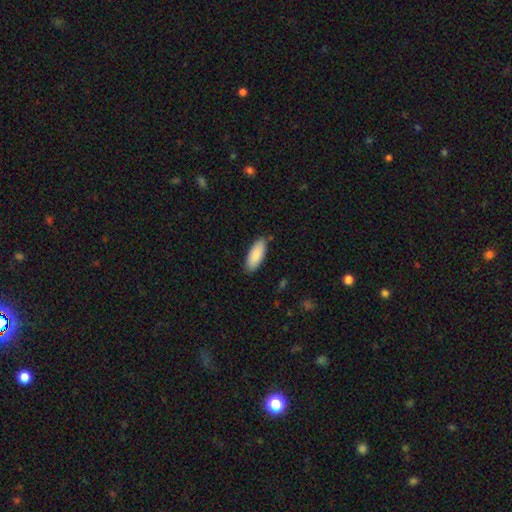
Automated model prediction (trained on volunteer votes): smooth-or-featured: smooth: 89% | featured or disk: 6% | star or artifact: 6%
  how-rounded: in between: 81% | cigar-shaped: 18% | round: 1%
  merging: none: 85% | minor disturbance: 12% | major disturbance: 2% | merger: 2%